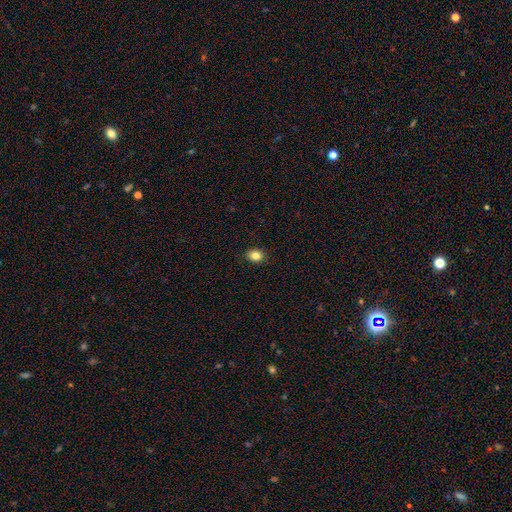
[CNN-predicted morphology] This appears to be a smooth galaxy with no disk features (83%) that is round (53%). Merging: none (90%).